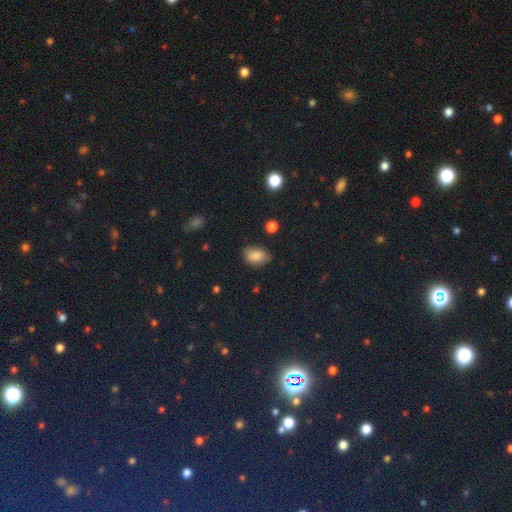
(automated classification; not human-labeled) smooth_or_featured: smooth (p=0.81) [alt: star or artifact p=0.12]
how_rounded: in between (p=0.81) [alt: round p=0.17]
merging: none (p=0.71) [alt: minor disturbance p=0.22]